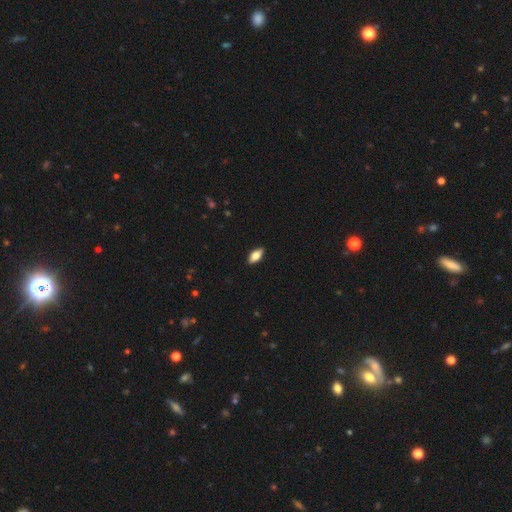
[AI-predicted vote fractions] Q: Smooth or featured?
A: smooth (73%); runner-up: featured or disk (20%)
Q: How rounded?
A: in between (86%); runner-up: cigar-shaped (11%)
Q: Merging?
A: none (89%); runner-up: minor disturbance (8%)